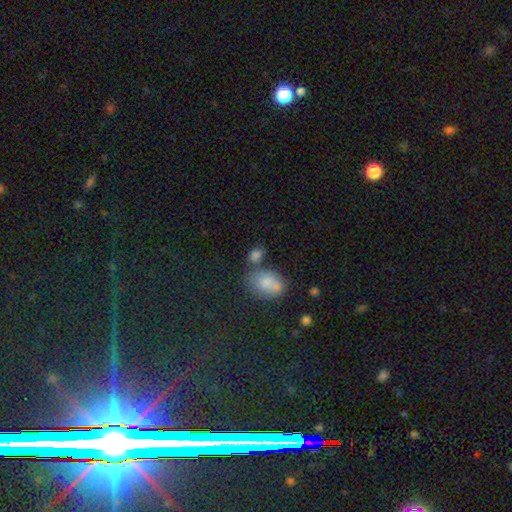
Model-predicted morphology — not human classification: smooth-or-featured: smooth: 80% | star or artifact: 12% | featured or disk: 9%
  how-rounded: in between: 76% | round: 22% | cigar-shaped: 2%
  merging: none: 50% | merger: 27% | minor disturbance: 16% | major disturbance: 6%